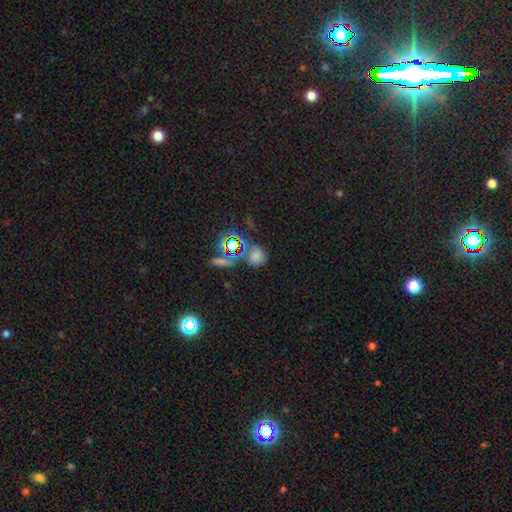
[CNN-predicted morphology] smooth 61%, star or artifact 31%, featured or disk 8%. Down the decision tree: how rounded — round (80%); merging — none (67%).